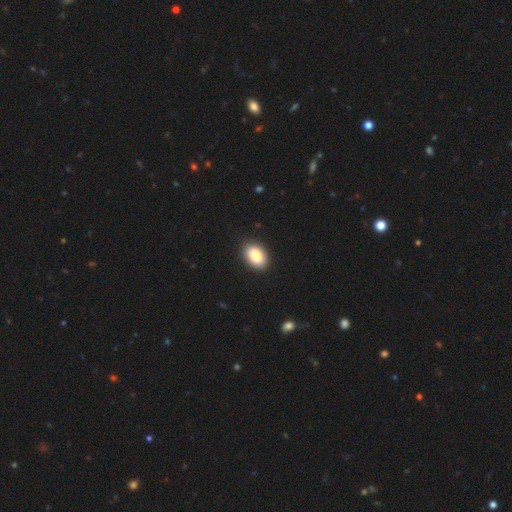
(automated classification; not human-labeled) Smooth or featured? Predicted: smooth (p=0.86). How rounded? Predicted: in between (p=0.87). Merging? Predicted: none (p=0.90).